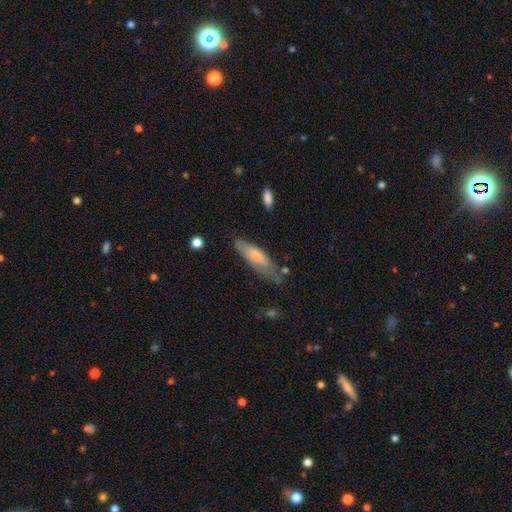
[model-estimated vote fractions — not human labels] Smooth or featured?
  - smooth: 65% *
  - featured or disk: 29%
  - star or artifact: 6%
How rounded?
  - cigar-shaped: 58% *
  - in between: 41%
  - round: 1%
Merging?
  - none: 52% *
  - minor disturbance: 33%
  - major disturbance: 12%
  - merger: 4%